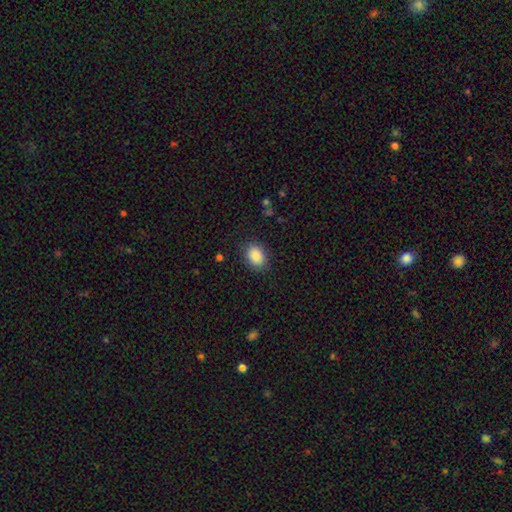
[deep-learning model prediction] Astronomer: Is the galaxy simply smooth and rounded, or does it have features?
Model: smooth — 89%.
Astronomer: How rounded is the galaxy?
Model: in between — 78%.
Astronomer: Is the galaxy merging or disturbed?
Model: none — 85%.